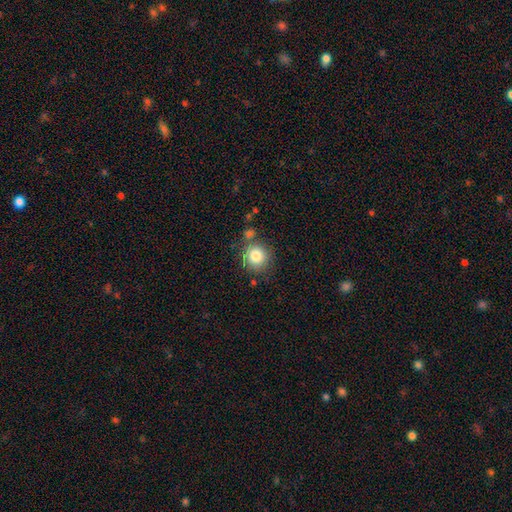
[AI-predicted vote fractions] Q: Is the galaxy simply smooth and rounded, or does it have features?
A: smooth — 82%.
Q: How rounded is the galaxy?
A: round — 90%.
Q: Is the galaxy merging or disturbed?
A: none — 74%.